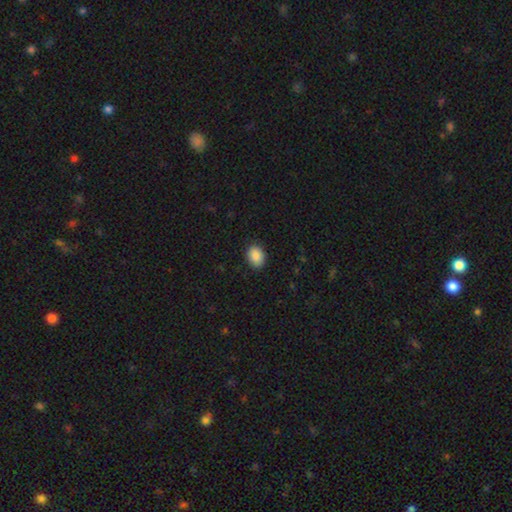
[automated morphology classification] smooth 89%, star or artifact 8%, featured or disk 4%. Down the decision tree: how rounded — in between (68%); merging — none (88%).